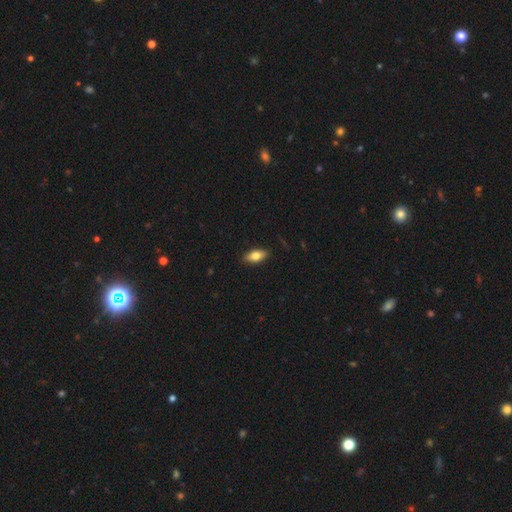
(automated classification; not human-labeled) Smooth or featured?
  - smooth: 77% *
  - featured or disk: 16%
  - star or artifact: 7%
How rounded?
  - in between: 87% *
  - cigar-shaped: 9%
  - round: 4%
Merging?
  - none: 86% *
  - minor disturbance: 11%
  - major disturbance: 2%
  - merger: 1%